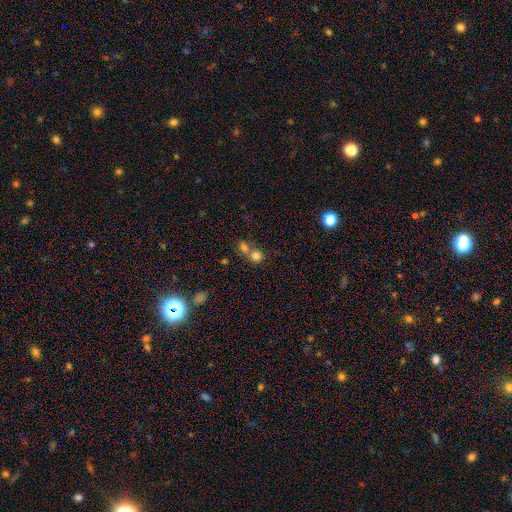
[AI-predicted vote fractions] smooth 77%, star or artifact 13%, featured or disk 9%. Down the decision tree: how rounded — round (85%); merging — merger (49%).